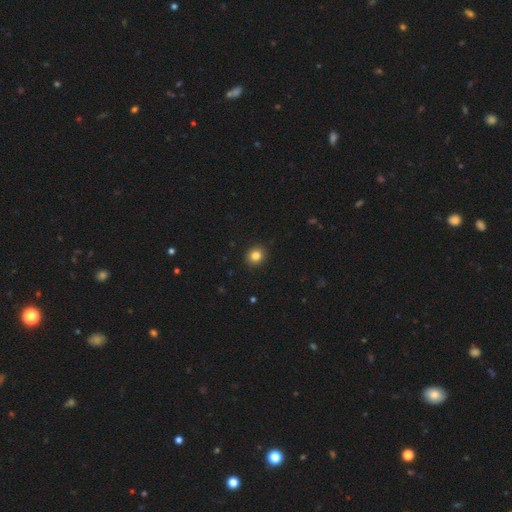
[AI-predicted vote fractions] This appears to be a smooth galaxy with no disk features (83%) that is round (81%). Merging: none (92%).